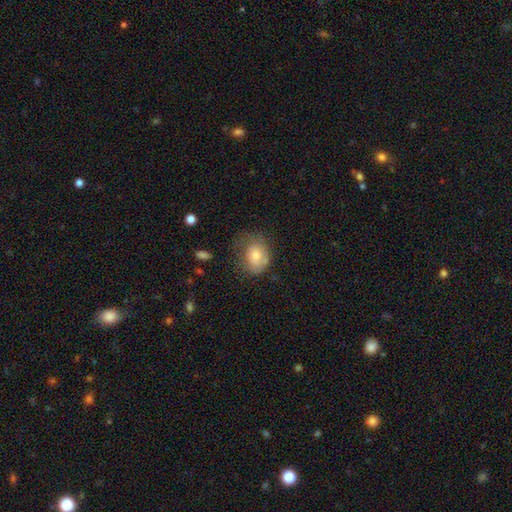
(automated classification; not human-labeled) Smooth or featured? smooth (66%)
How rounded? in between (54%)
Merging? none (45%)